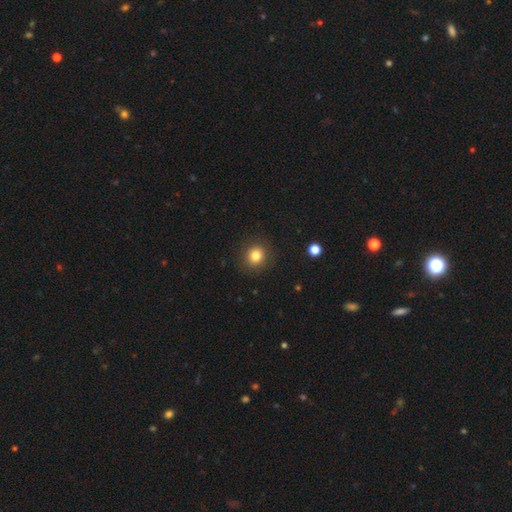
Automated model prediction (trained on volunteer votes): Smooth or featured: smooth — 82% (star or artifact — 11%)
How rounded: round — 84% (in between — 15%)
Merging: none — 90% (minor disturbance — 7%)